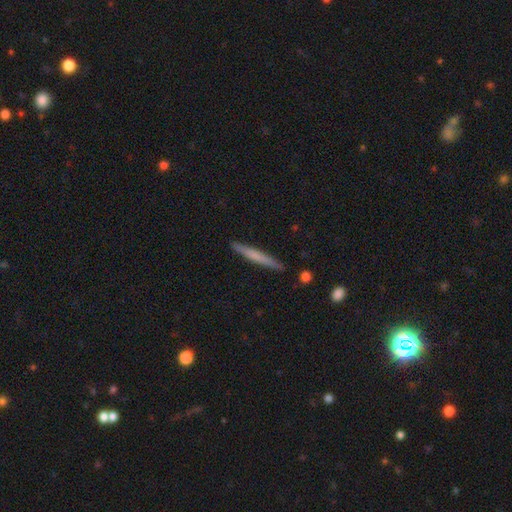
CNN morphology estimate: This is possibly a smooth galaxy (58%). How rounded: clearly cigar-shaped (96%). Merging: clearly none (90%).